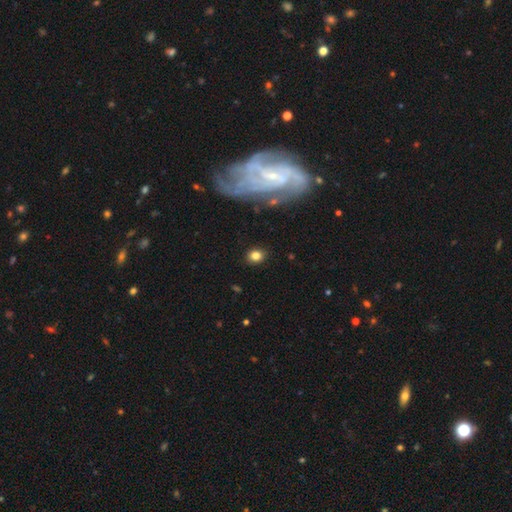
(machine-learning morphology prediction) Smooth or featured: smooth — 81% (star or artifact — 11%)
How rounded: round — 68% (in between — 31%)
Merging: none — 88% (minor disturbance — 8%)